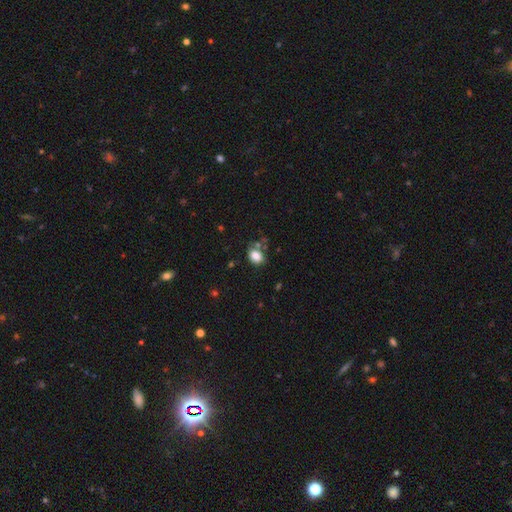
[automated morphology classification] Overall: smooth (82%). How rounded: in between (69%; round 30%). Merging: none (62%).